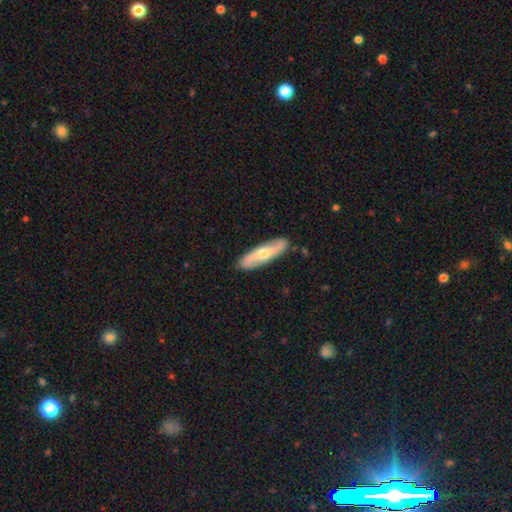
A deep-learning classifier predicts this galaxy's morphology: This appears to be a featured or disk galaxy (47%). Merging: none (85%).